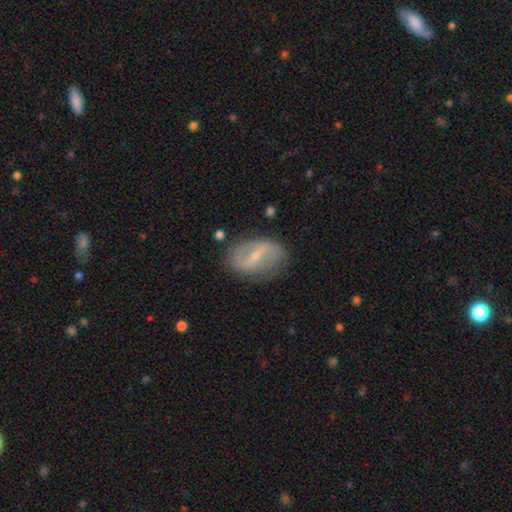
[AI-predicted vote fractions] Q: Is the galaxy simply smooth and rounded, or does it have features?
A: featured or disk — 72%.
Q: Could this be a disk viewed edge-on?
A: no — 93%.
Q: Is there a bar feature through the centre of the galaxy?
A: strong — 52%.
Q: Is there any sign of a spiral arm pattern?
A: yes — 65%.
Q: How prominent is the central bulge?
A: small — 72%.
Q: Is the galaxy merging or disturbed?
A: none — 77%.